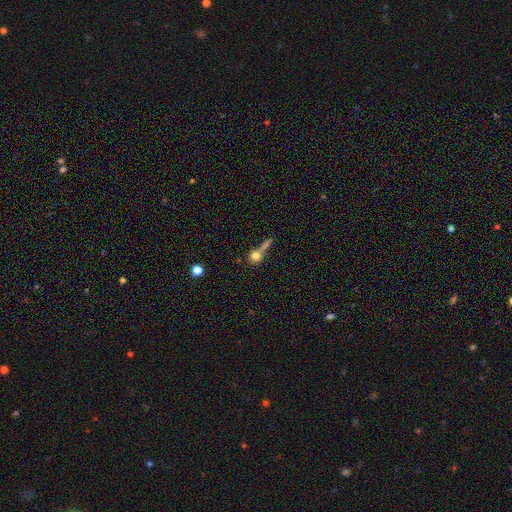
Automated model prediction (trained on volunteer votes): Overall: smooth (72%). How rounded: round (81%). Merging: none (48%; merger 30%).